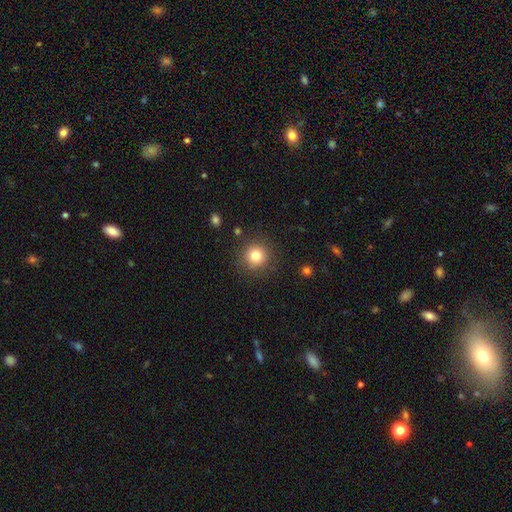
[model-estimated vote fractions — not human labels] Q: Smooth or featured?
A: smooth (81%); runner-up: star or artifact (12%)
Q: How rounded?
A: round (94%); runner-up: in between (5%)
Q: Merging?
A: none (88%); runner-up: minor disturbance (8%)